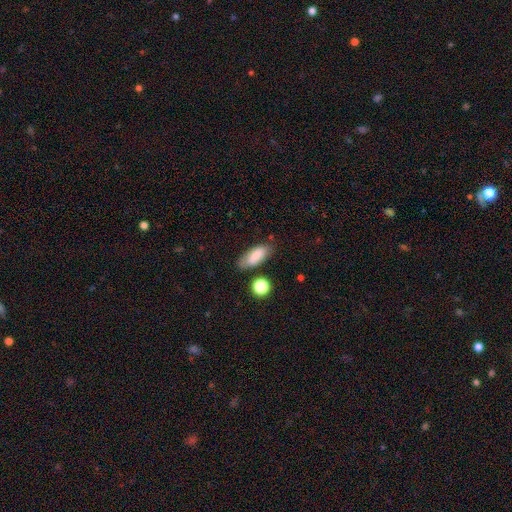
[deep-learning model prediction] Morphology: type=smooth (75%); roundness=in between (77%); merging=none (71%).